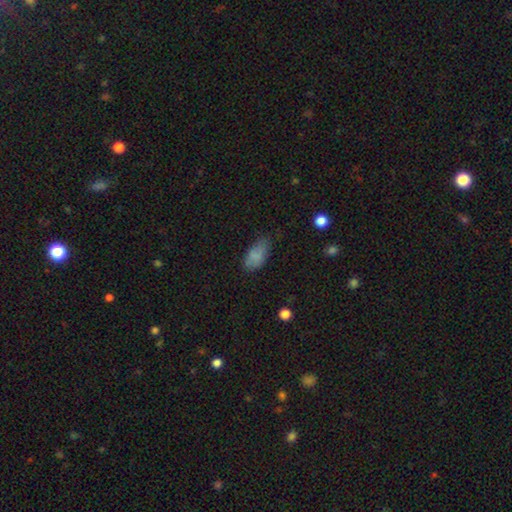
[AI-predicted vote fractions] Q: Smooth or featured?
A: smooth (80%); runner-up: featured or disk (11%)
Q: How rounded?
A: in between (92%); runner-up: cigar-shaped (4%)
Q: Merging?
A: none (59%); runner-up: minor disturbance (30%)